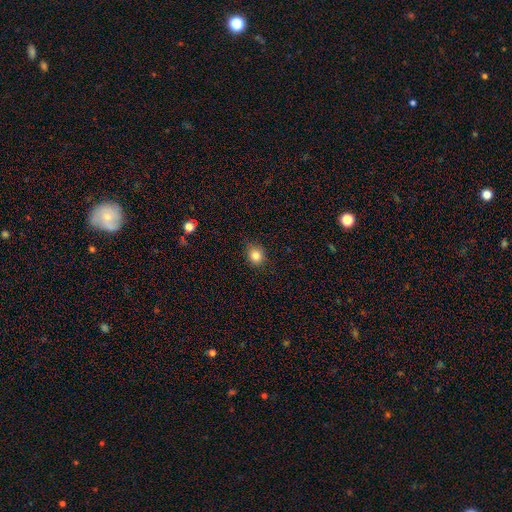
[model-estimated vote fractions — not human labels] This is clearly a smooth galaxy (84%). How rounded: likely round (73%). Merging: clearly none (83%).